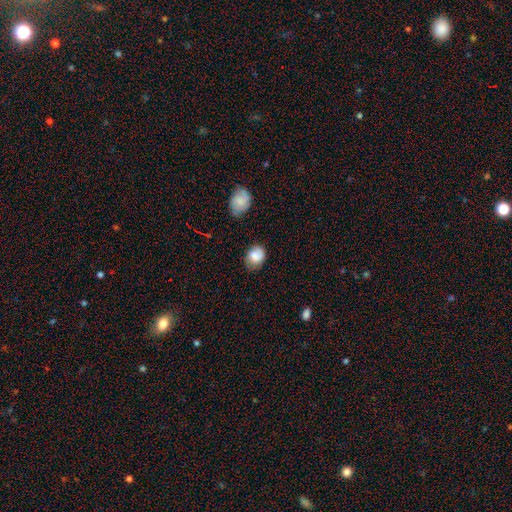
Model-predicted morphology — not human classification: This is likely a smooth galaxy (79%). How rounded: possibly in between (53%). Merging: likely none (62%).